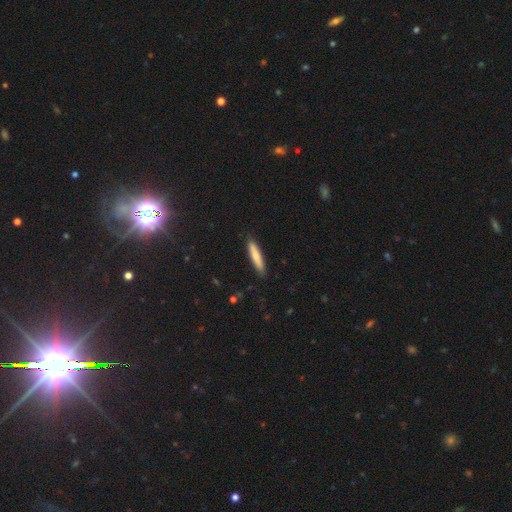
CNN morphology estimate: Overall: smooth (75%). How rounded: cigar-shaped (88%). Merging: none (89%).